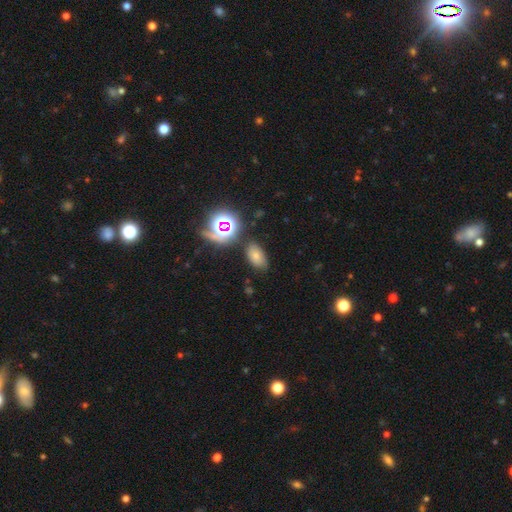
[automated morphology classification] Q: Smooth or featured?
A: smooth (61%); runner-up: star or artifact (24%)
Q: How rounded?
A: in between (87%); runner-up: round (11%)
Q: Merging?
A: none (77%); runner-up: minor disturbance (15%)